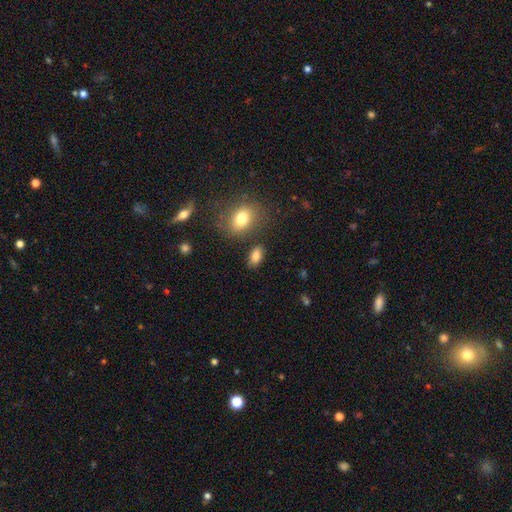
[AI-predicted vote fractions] Smooth or featured: smooth — 83% (star or artifact — 9%)
How rounded: in between — 89% (round — 7%)
Merging: none — 81% (minor disturbance — 11%)